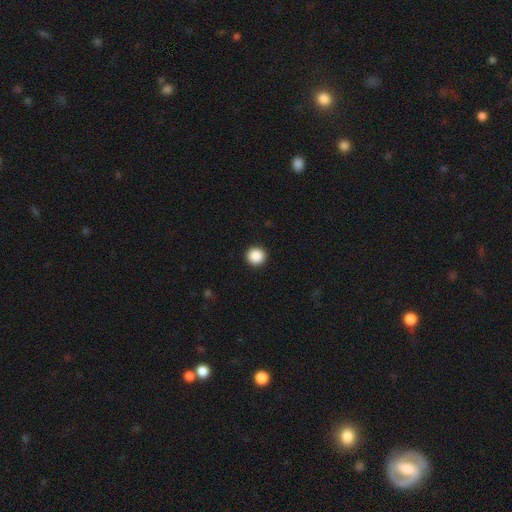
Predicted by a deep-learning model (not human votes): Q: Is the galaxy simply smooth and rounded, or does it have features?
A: smooth — 89%.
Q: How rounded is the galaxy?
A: round — 95%.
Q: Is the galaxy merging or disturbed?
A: none — 93%.